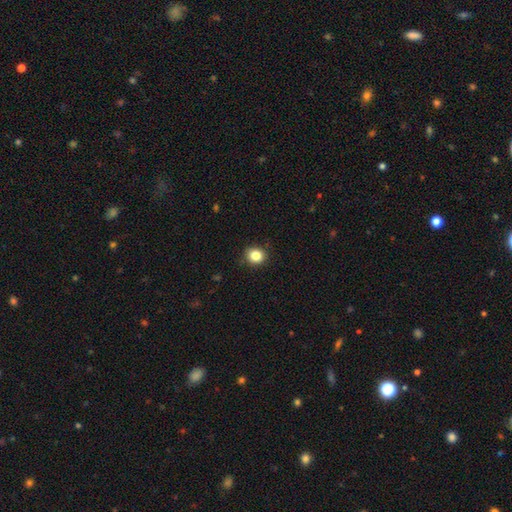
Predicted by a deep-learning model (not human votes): Overall: smooth (84%). How rounded: round (78%). Merging: none (88%).